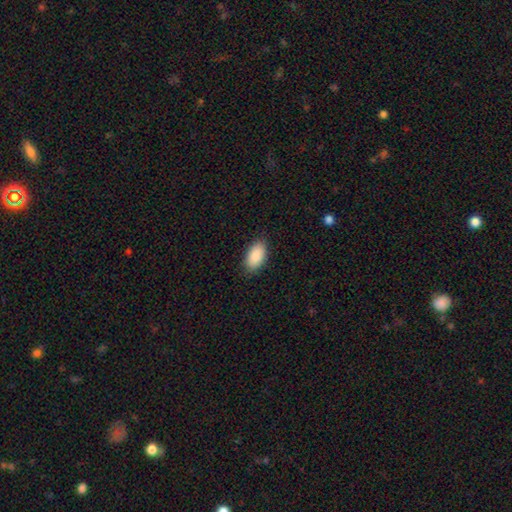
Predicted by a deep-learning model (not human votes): smooth_or_featured: smooth (p=0.90) [alt: star or artifact p=0.06]
how_rounded: in between (p=0.95) [alt: round p=0.03]
merging: none (p=0.88) [alt: minor disturbance p=0.09]